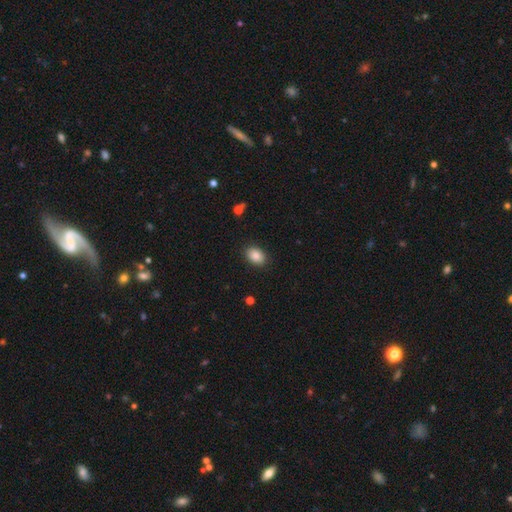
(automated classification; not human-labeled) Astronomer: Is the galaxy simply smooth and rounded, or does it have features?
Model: smooth — 88%.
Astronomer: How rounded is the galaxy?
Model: in between — 80%.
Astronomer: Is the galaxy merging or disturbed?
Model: none — 88%.